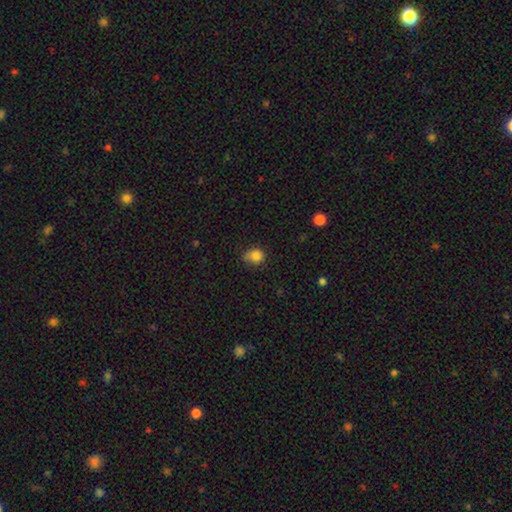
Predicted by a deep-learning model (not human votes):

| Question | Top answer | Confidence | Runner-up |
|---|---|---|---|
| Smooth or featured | smooth | 83% | star or artifact (10%) |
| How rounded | round | 62% | in between (37%) |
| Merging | none | 54% | minor disturbance (34%) |